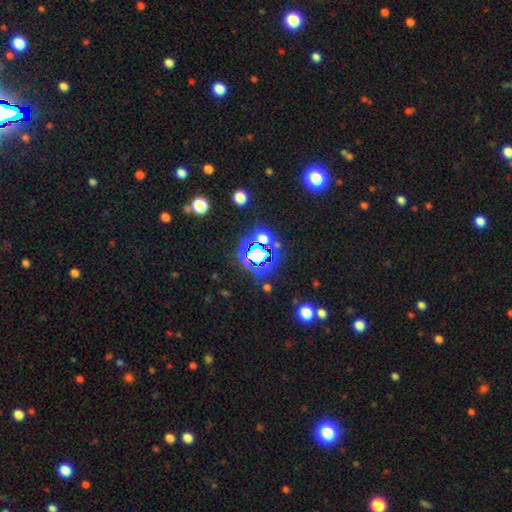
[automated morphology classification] Smooth or featured? Predicted: star or artifact (p=0.68).